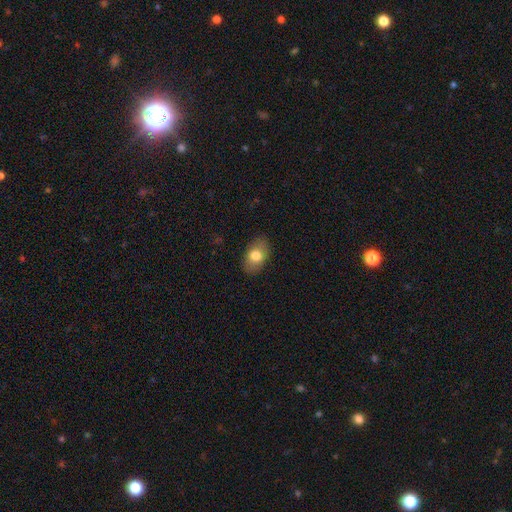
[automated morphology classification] A smooth galaxy with no disk features (77%) that is in between round and cigar-shaped (87%).

Vote fractions:
- Smooth or featured? smooth: 77% / featured or disk: 15% / star or artifact: 7%
- How rounded? in between: 87% / round: 11% / cigar-shaped: 1%
- Merging? none: 86% / minor disturbance: 10% / major disturbance: 3% / merger: 1%